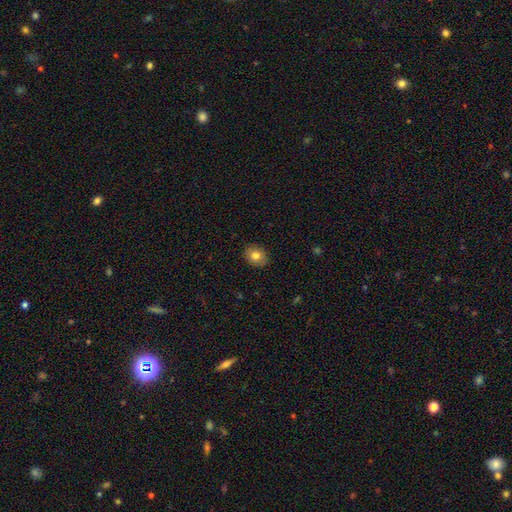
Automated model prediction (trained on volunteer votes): The model was most divided on "how rounded": round: 53%, in between: 46%, cigar-shaped: 1%. More confident: merging — none (89%); smooth or featured — smooth (80%).